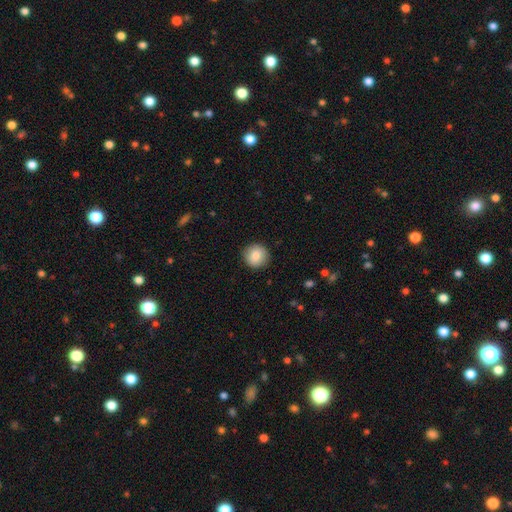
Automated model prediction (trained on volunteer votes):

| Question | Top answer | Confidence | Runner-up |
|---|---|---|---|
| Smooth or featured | smooth | 85% | featured or disk (8%) |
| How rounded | round | 93% | in between (6%) |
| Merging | none | 90% | minor disturbance (7%) |